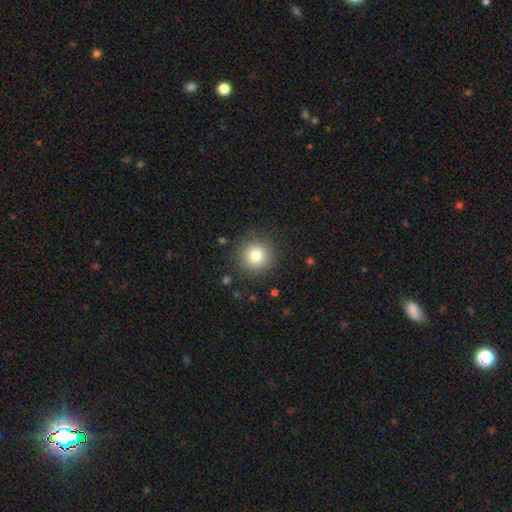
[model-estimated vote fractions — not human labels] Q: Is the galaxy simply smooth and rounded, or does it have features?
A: smooth — 79%.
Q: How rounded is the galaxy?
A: round — 95%.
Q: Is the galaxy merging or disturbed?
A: none — 88%.